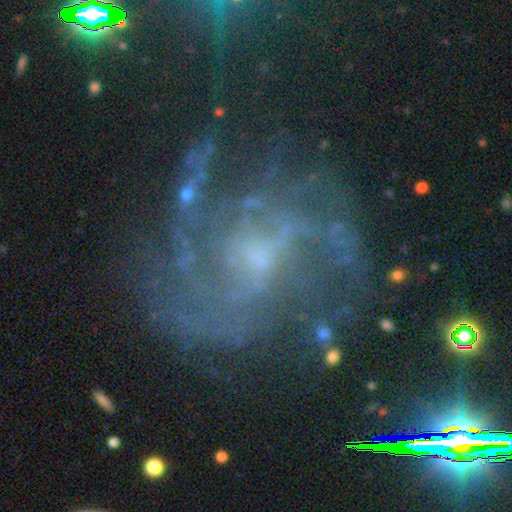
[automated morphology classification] featured or disk 78%, star or artifact 16%, smooth 6%. Down the decision tree: edge-on disk — no (97%); bar — no (52%); spiral arms — yes (92%); spiral arm count — can't tell (29%, tied with 2); spiral winding — medium (47%); bulge size — small (54%); merging — none (62%).